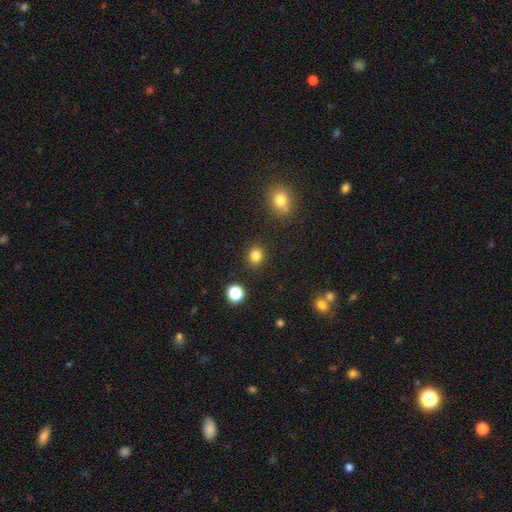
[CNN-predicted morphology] Smooth or featured? Predicted: smooth (p=0.82). How rounded? Predicted: round (p=0.81). Merging? Predicted: none (p=0.89).